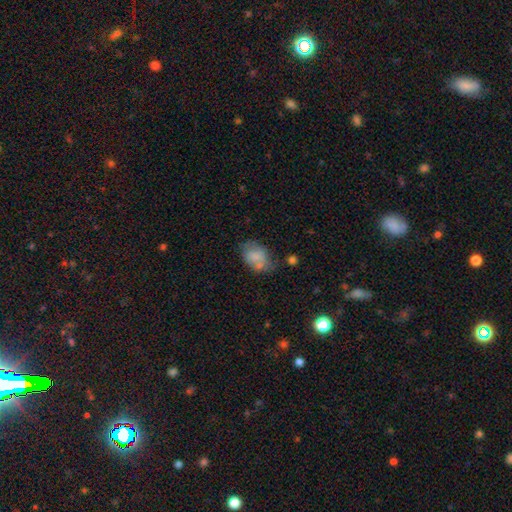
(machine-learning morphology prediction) Smooth or featured? Predicted: smooth (p=0.73). How rounded? Predicted: in between (p=0.76). Merging? Predicted: none (p=0.45).